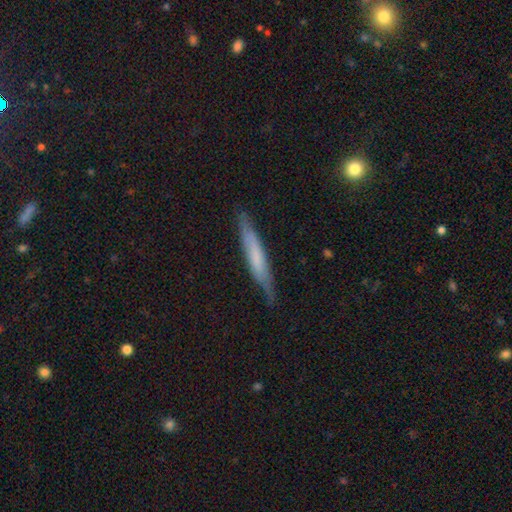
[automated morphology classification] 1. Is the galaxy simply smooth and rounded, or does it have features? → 53% smooth, 41% featured or disk, 6% star or artifact.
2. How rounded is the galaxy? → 93% cigar-shaped, 5% in between, 1% round.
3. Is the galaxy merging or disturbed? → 78% none, 18% minor disturbance, 3% major disturbance, 1% merger.